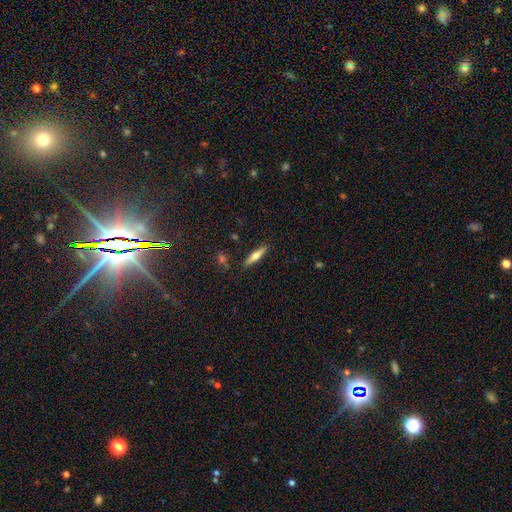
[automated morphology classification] smooth 50%, featured or disk 44%, star or artifact 7%. Down the decision tree: merging — none (88%).